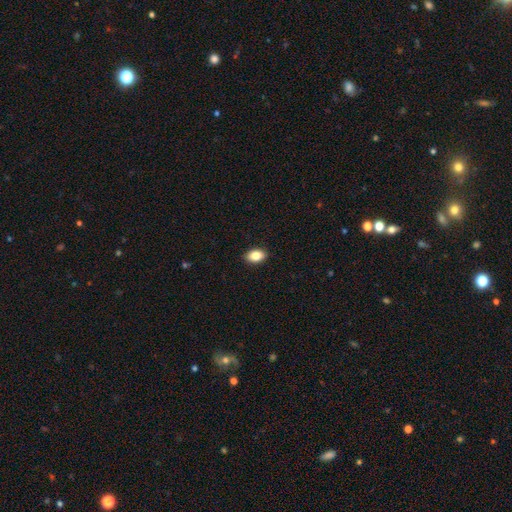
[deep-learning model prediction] Q: Smooth or featured?
A: smooth (84%); runner-up: star or artifact (8%)
Q: How rounded?
A: in between (87%); runner-up: round (11%)
Q: Merging?
A: none (90%); runner-up: minor disturbance (7%)